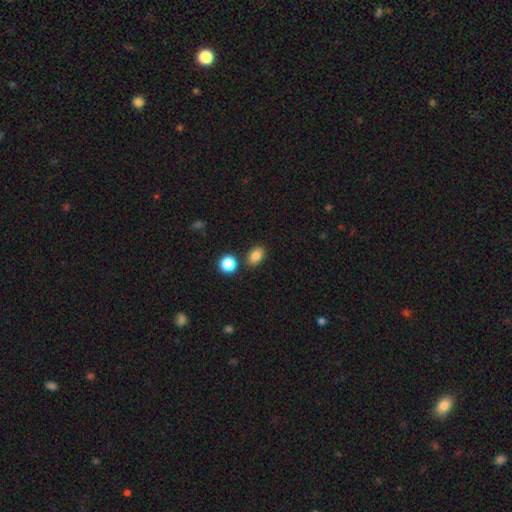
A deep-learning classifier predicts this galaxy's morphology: Smooth or featured: smooth — 84% (star or artifact — 11%)
How rounded: in between — 79% (round — 20%)
Merging: none — 82% (minor disturbance — 9%)